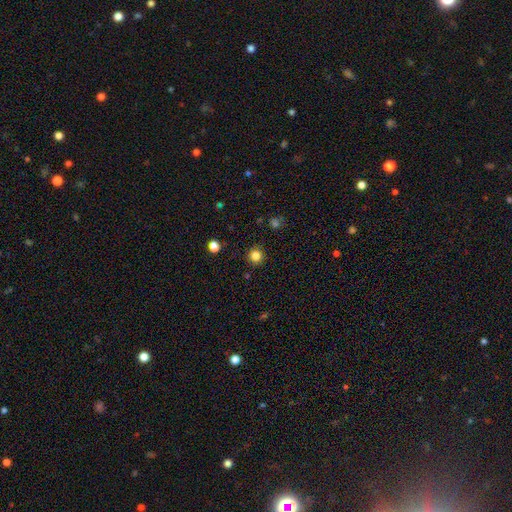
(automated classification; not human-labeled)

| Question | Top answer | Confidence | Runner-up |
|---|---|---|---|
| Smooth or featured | smooth | 83% | star or artifact (13%) |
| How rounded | round | 95% | in between (4%) |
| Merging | none | 92% | minor disturbance (5%) |